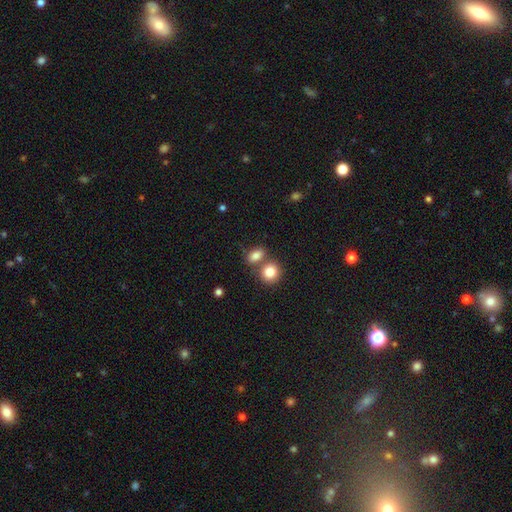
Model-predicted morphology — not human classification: Q: Smooth or featured?
A: smooth (83%); runner-up: star or artifact (9%)
Q: How rounded?
A: in between (69%); runner-up: round (28%)
Q: Merging?
A: none (51%); runner-up: merger (34%)